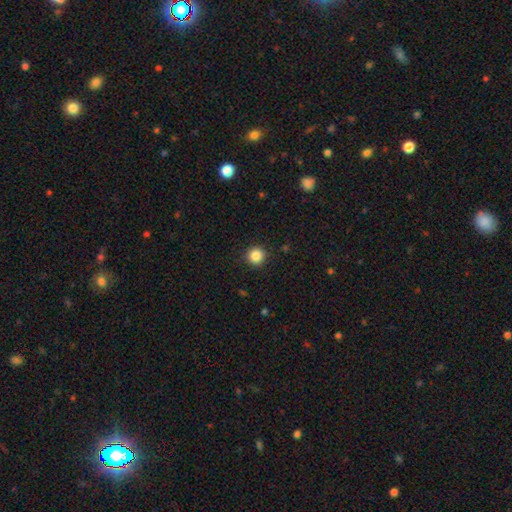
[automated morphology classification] smooth 86%, star or artifact 10%, featured or disk 3%. Down the decision tree: how rounded — round (95%); merging — none (91%).